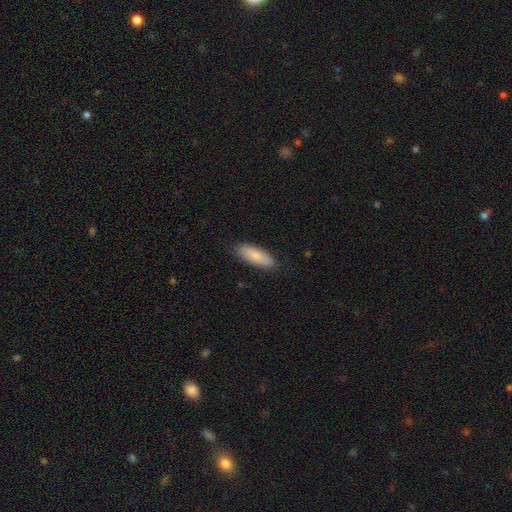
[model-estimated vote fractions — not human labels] Q: Smooth or featured?
A: smooth (82%); runner-up: featured or disk (12%)
Q: How rounded?
A: in between (59%); runner-up: cigar-shaped (39%)
Q: Merging?
A: none (86%); runner-up: minor disturbance (11%)